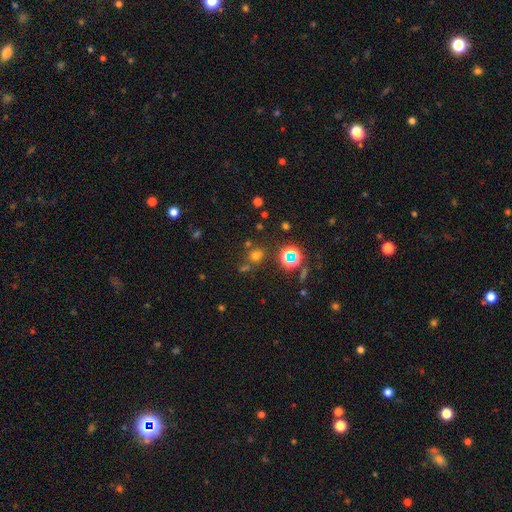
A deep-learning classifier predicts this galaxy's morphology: smooth-or-featured: smooth: 52% | star or artifact: 40% | featured or disk: 9%
  how-rounded: round: 84% | in between: 15% | cigar-shaped: 1%
  merging: none: 72% | merger: 12% | minor disturbance: 11% | major disturbance: 5%